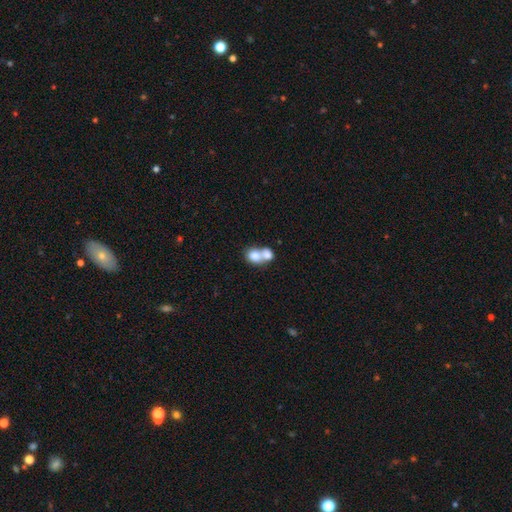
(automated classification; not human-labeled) Q: Smooth or featured?
A: smooth (75%); runner-up: featured or disk (16%)
Q: How rounded?
A: round (58%); runner-up: in between (41%)
Q: Merging?
A: merger (70%); runner-up: none (22%)